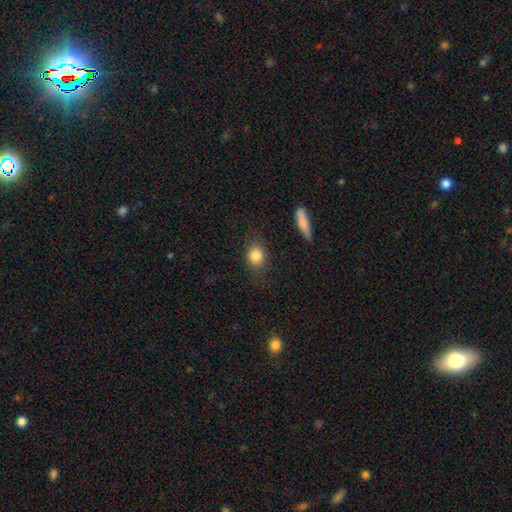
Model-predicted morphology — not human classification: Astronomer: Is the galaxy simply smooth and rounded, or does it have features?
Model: smooth — 84%.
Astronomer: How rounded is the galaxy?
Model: round — 53% (runner-up: in between, 44%).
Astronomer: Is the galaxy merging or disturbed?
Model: none — 79%.